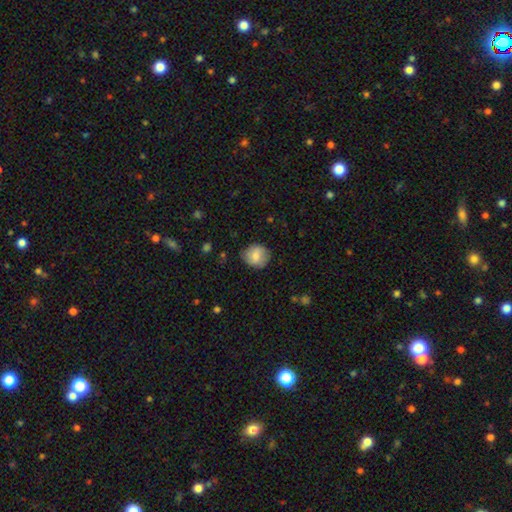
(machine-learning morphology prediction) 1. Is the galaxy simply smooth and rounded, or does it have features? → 77% smooth, 16% featured or disk, 7% star or artifact.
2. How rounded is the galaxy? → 77% round, 22% in between, 1% cigar-shaped.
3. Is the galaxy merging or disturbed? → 79% none, 16% minor disturbance, 4% major disturbance, 1% merger.